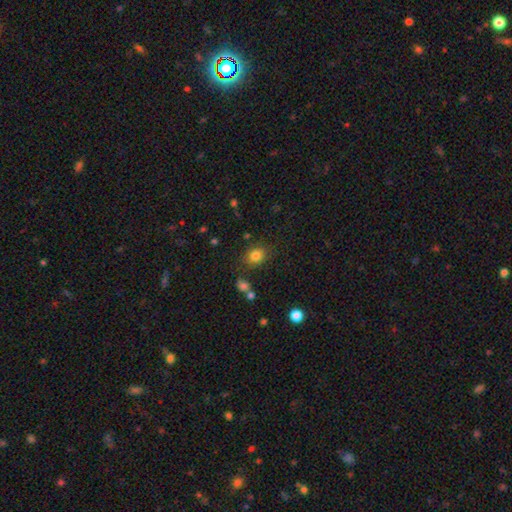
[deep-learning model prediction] smooth 81%, star or artifact 12%, featured or disk 7%. Down the decision tree: how rounded — round (58%); merging — none (79%).